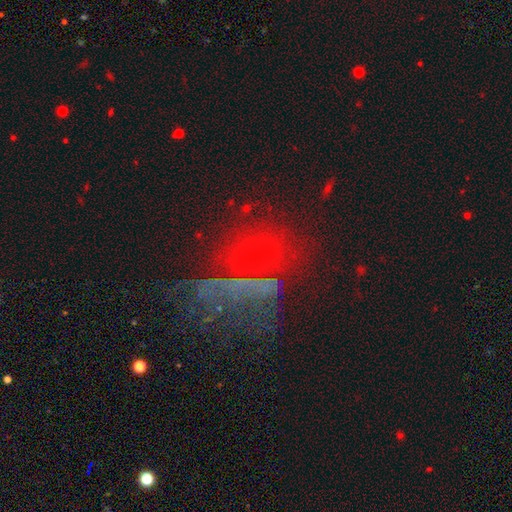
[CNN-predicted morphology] type=star or artifact (41%).